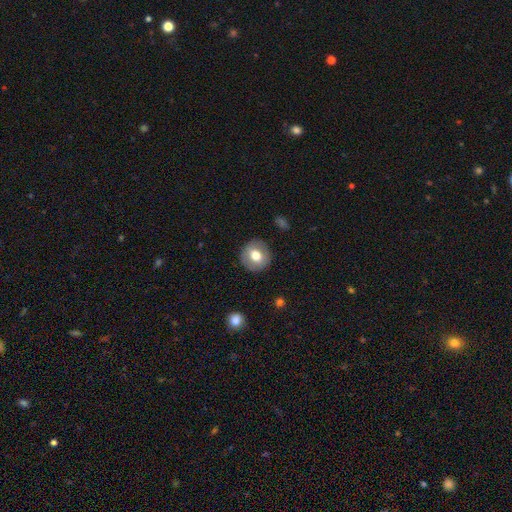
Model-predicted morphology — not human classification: Smooth or featured? smooth (71%)
How rounded? round (90%)
Merging? none (89%)